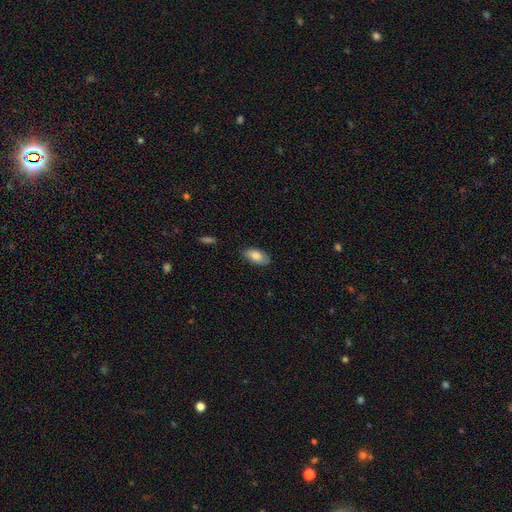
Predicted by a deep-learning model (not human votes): Morphology: type=smooth (78%); roundness=in between (93%); merging=none (77%).